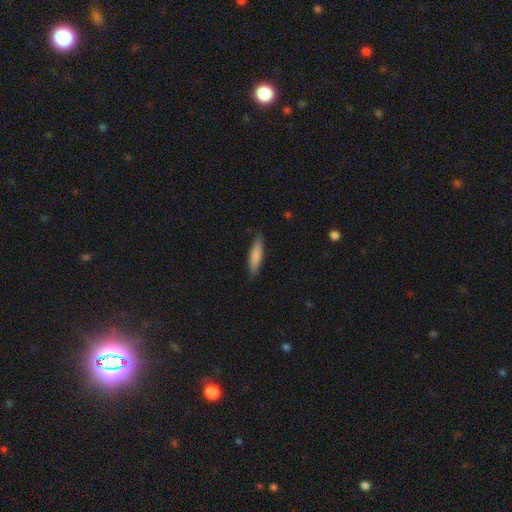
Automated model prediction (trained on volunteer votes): This is clearly a smooth galaxy (80%). How rounded: likely cigar-shaped (76%). Merging: clearly none (86%).